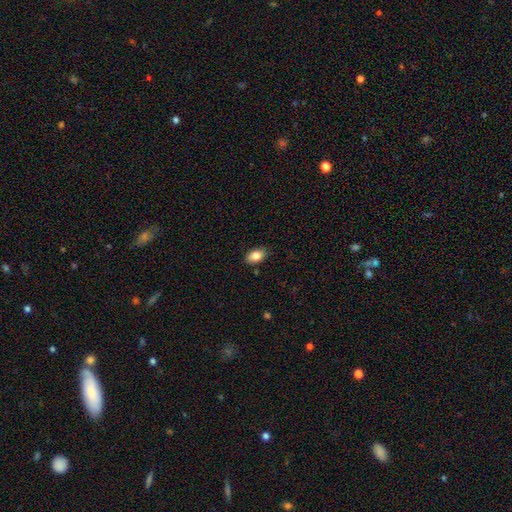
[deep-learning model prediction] smooth_or_featured: smooth (p=0.83) [alt: featured or disk p=0.09]
how_rounded: in between (p=0.90) [alt: round p=0.08]
merging: none (p=0.85) [alt: minor disturbance p=0.11]